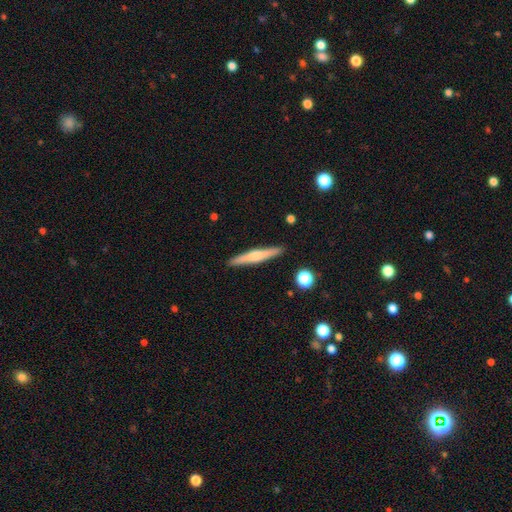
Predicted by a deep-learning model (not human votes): Smooth or featured? featured or disk (53%)
Edge-on disk? yes (97%)
Edge-on bulge? rounded (73%)
Merging? none (91%)